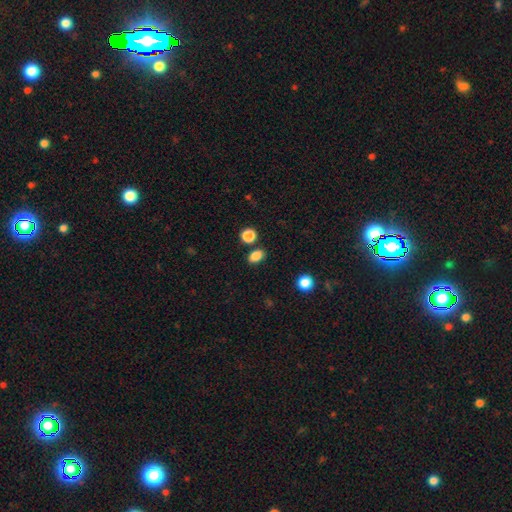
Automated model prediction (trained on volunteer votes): smooth-or-featured: smooth: 85% | star or artifact: 11% | featured or disk: 4%
  how-rounded: in between: 77% | round: 22% | cigar-shaped: 1%
  merging: none: 80% | minor disturbance: 10% | merger: 7% | major disturbance: 3%